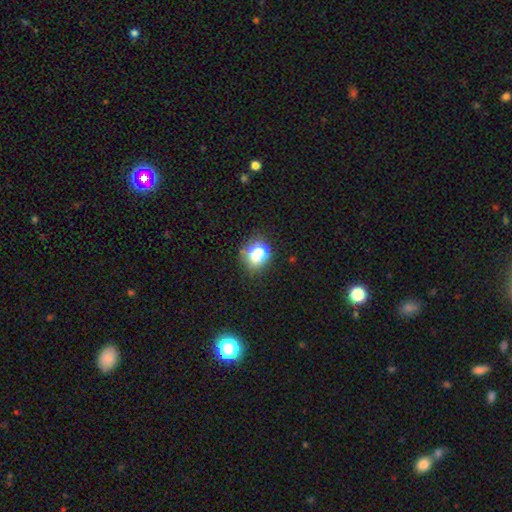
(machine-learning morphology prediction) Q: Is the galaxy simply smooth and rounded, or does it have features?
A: smooth — 76%.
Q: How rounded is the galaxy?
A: round — 52%.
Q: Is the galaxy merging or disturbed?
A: none — 58%.